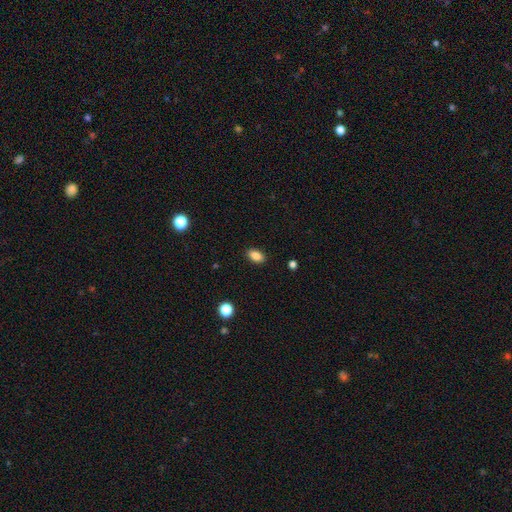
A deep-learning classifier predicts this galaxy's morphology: Smooth or featured? Predicted: smooth (p=0.86). How rounded? Predicted: in between (p=0.89). Merging? Predicted: none (p=0.89).